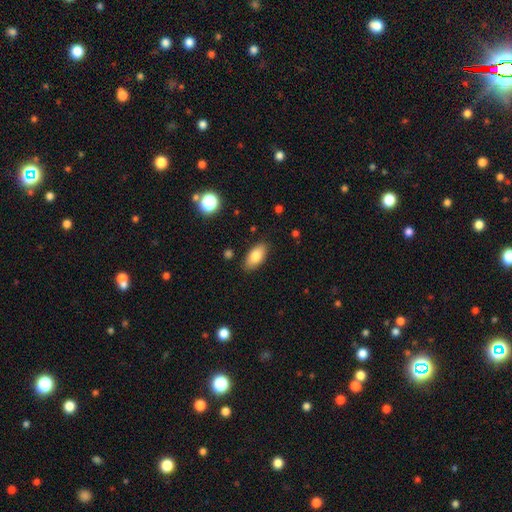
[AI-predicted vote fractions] smooth_or_featured: smooth (p=0.80) [alt: featured or disk p=0.12]
how_rounded: in between (p=0.91) [alt: cigar-shaped p=0.05]
merging: none (p=0.86) [alt: minor disturbance p=0.10]